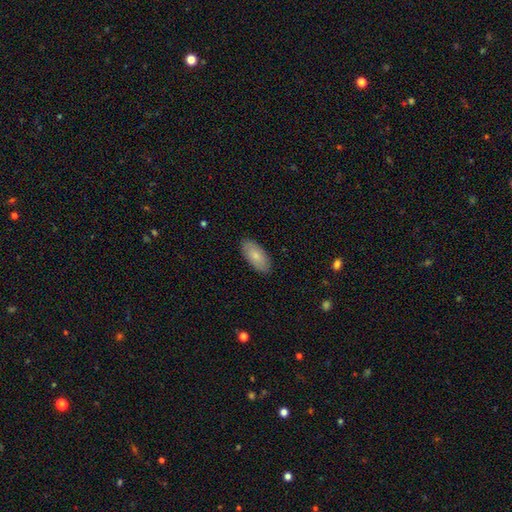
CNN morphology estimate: Q: Smooth or featured?
A: smooth (79%); runner-up: featured or disk (15%)
Q: How rounded?
A: in between (93%); runner-up: cigar-shaped (5%)
Q: Merging?
A: none (88%); runner-up: minor disturbance (9%)